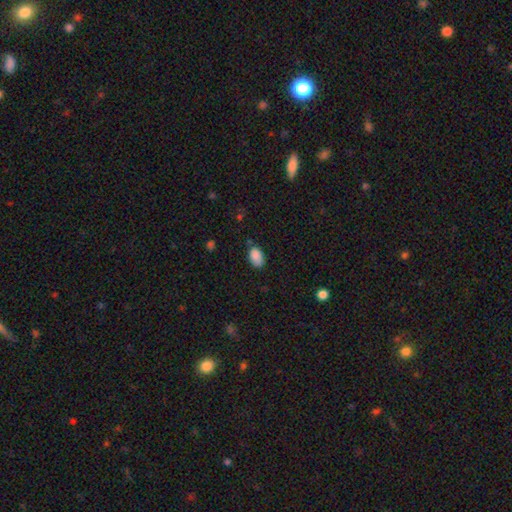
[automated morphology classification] A smooth galaxy with no disk features (87%) that is in between round and cigar-shaped (90%).

Vote fractions:
- Smooth or featured? smooth: 87% / star or artifact: 8% / featured or disk: 5%
- How rounded? in between: 90% / round: 8% / cigar-shaped: 1%
- Merging? none: 70% / minor disturbance: 23% / major disturbance: 4% / merger: 3%